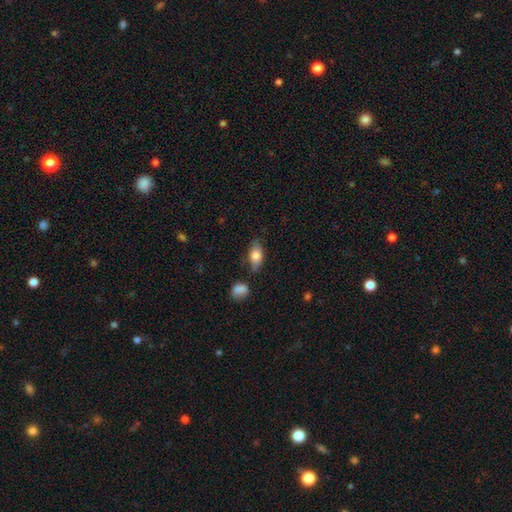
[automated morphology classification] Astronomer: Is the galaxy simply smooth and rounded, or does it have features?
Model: smooth — 74%.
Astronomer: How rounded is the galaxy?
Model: in between — 85%.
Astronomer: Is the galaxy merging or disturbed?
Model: none — 75%.